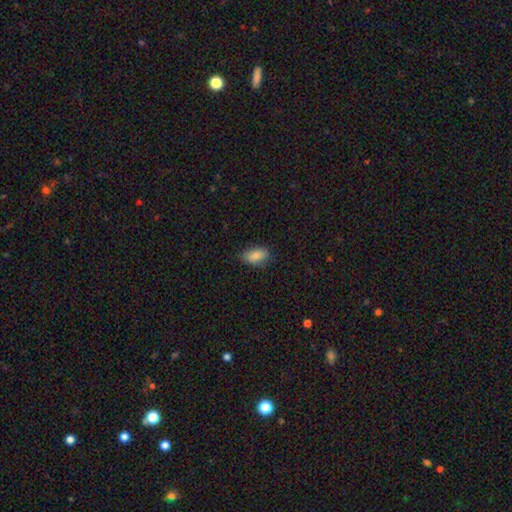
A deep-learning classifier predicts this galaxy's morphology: Overall: smooth (85%). How rounded: in between (90%). Merging: none (77%).